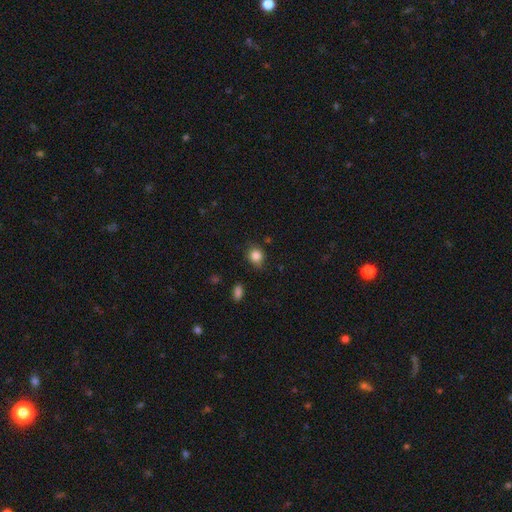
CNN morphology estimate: smooth-or-featured: smooth: 85% | star or artifact: 10% | featured or disk: 5%
  how-rounded: round: 70% | in between: 29% | cigar-shaped: 1%
  merging: none: 73% | minor disturbance: 21% | major disturbance: 4% | merger: 2%